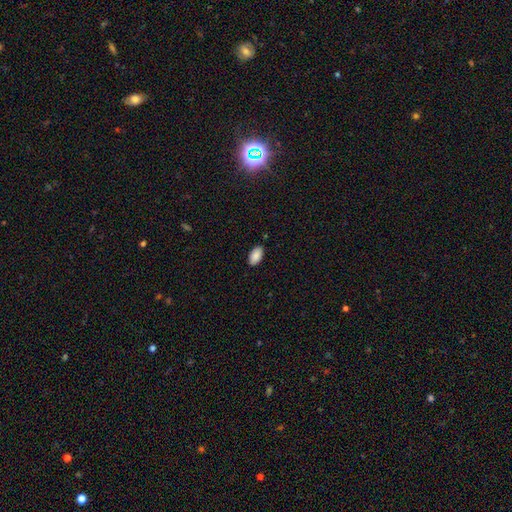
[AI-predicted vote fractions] This appears to be a smooth galaxy with no disk features (89%) that is in between round and cigar-shaped (95%). Merging: none (87%).